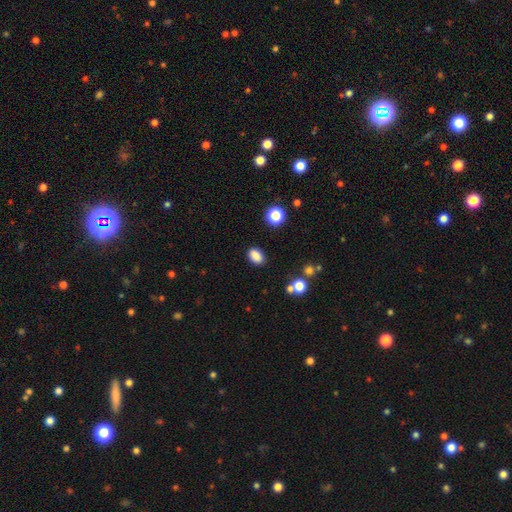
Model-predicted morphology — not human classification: The model was most divided on "how rounded": in between: 80%, round: 18%, cigar-shaped: 1%. More confident: merging — none (86%); smooth or featured — smooth (86%).